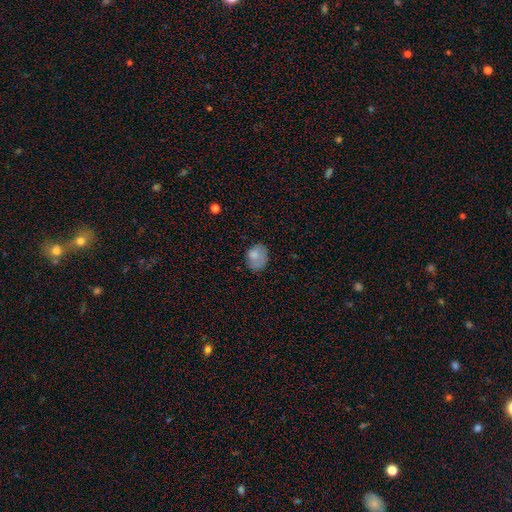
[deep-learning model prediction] Overall: smooth (78%). How rounded: in between (55%; round 44%). Merging: none (59%; minor disturbance 27%).